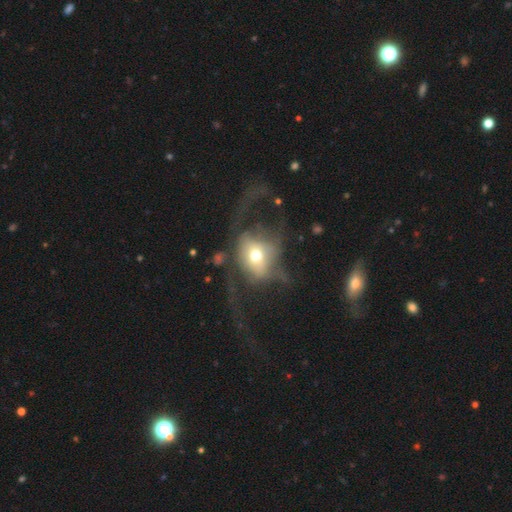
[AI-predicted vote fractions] smooth_or_featured: featured or disk (p=0.48) [alt: smooth p=0.43]
merging: major disturbance (p=0.59) [alt: none p=0.23]